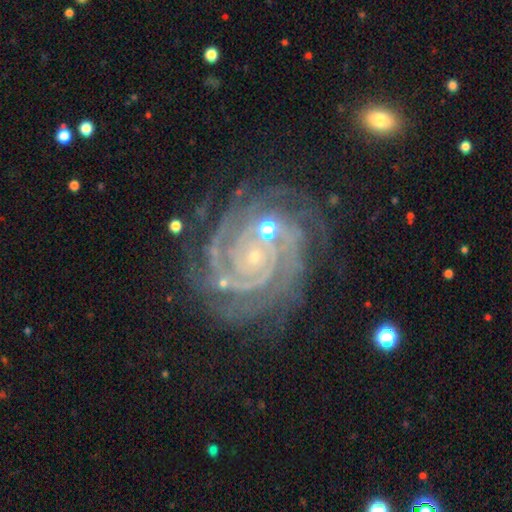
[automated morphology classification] smooth-or-featured: featured or disk: 91% | star or artifact: 6% | smooth: 3%
  disk-edge-on: no: 98% | yes: 2%
    bar: no: 71% | weak: 18% | strong: 11%
    has-spiral-arms: yes: 99% | no: 1%
      spiral-winding: tight: 85% | medium: 13% | loose: 2%
      spiral-arm-count: 3: 24% | 4: 23% | 2: 19% | more than 4: 13% | can't tell: 12% | 1: 8%
    bulge-size: small: 82% | moderate: 14% | none: 2% | large: 1% | dominant: 1%
  merging: none: 74% | minor disturbance: 15% | major disturbance: 6% | merger: 5%